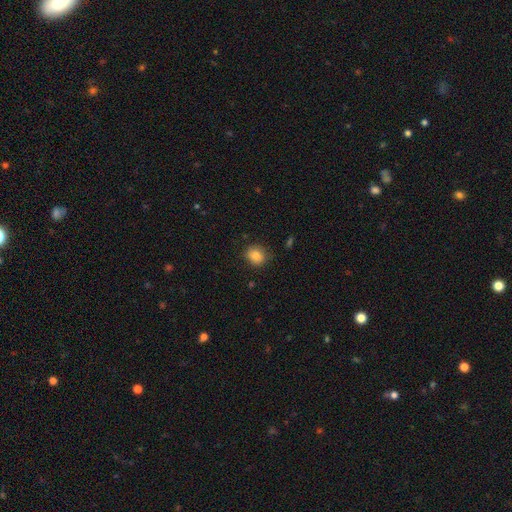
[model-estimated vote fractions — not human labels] smooth_or_featured: smooth (p=0.83) [alt: star or artifact p=0.10]
how_rounded: round (p=0.70) [alt: in between p=0.29]
merging: none (p=0.83) [alt: minor disturbance p=0.13]